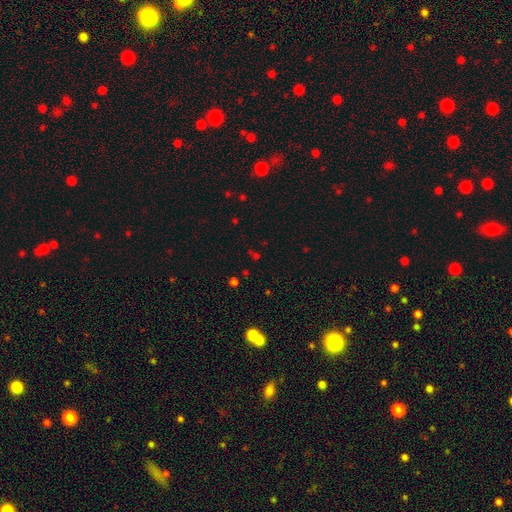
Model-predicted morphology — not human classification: This appears to be a star or artifact, not a galaxy (59%).